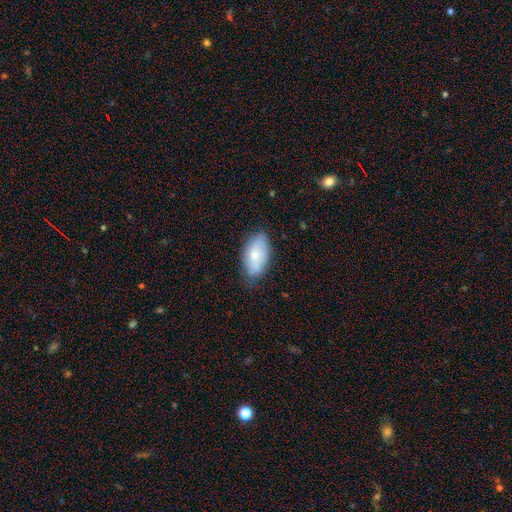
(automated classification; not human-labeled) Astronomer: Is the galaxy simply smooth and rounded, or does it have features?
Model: smooth — 68%.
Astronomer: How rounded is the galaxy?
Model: in between — 94%.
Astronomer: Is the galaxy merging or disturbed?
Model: none — 71%.